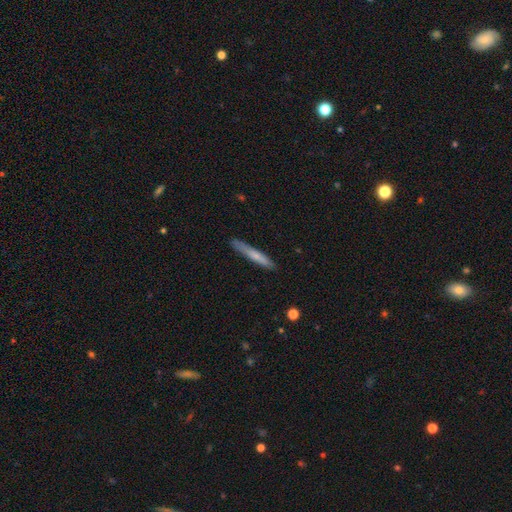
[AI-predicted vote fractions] This is likely a smooth galaxy (64%). How rounded: clearly cigar-shaped (95%). Merging: clearly none (86%).